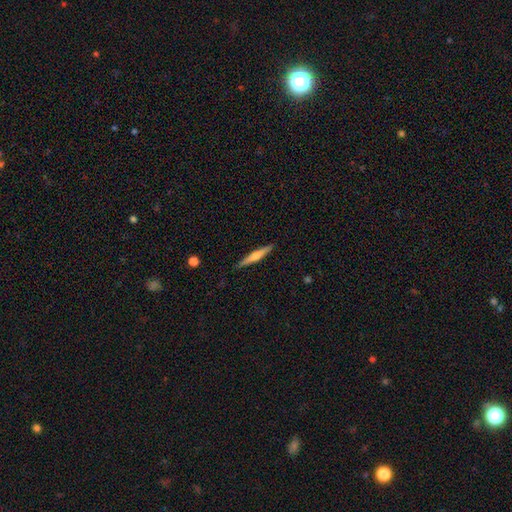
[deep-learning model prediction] A featured or disk galaxy (52%) viewed edge-on (97%) with a rounded central bulge (75%). Merging: none (90%).